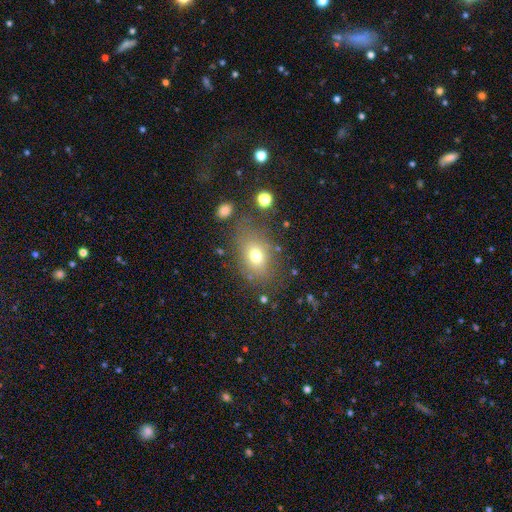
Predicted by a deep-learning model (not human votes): A smooth galaxy with no disk features (70%) that is in between round and cigar-shaped (72%). Merging: none (70%).